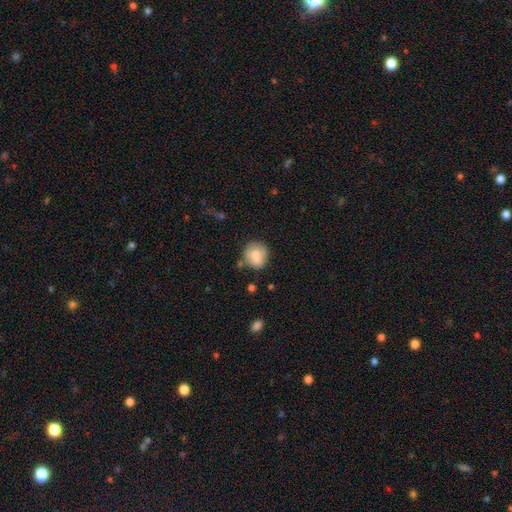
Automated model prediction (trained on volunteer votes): Smooth or featured?
  - smooth: 80% *
  - featured or disk: 12%
  - star or artifact: 8%
How rounded?
  - round: 79% *
  - in between: 20%
  - cigar-shaped: 1%
Merging?
  - none: 69% *
  - minor disturbance: 20%
  - merger: 6%
  - major disturbance: 5%